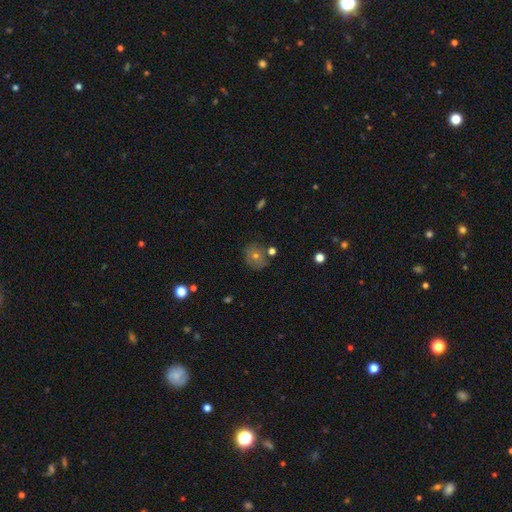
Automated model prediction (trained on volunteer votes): Smooth or featured? smooth (53%)
How rounded? round (78%)
Merging? none (77%)